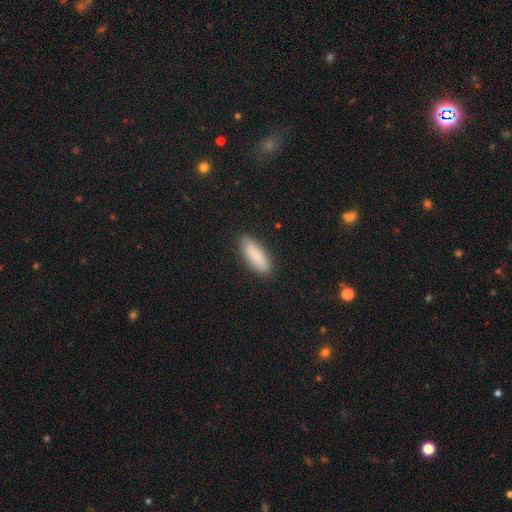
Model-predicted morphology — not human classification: smooth_or_featured: smooth (p=0.88) [alt: featured or disk p=0.06]
how_rounded: in between (p=0.58) [alt: cigar-shaped p=0.40]
merging: none (p=0.87) [alt: minor disturbance p=0.10]